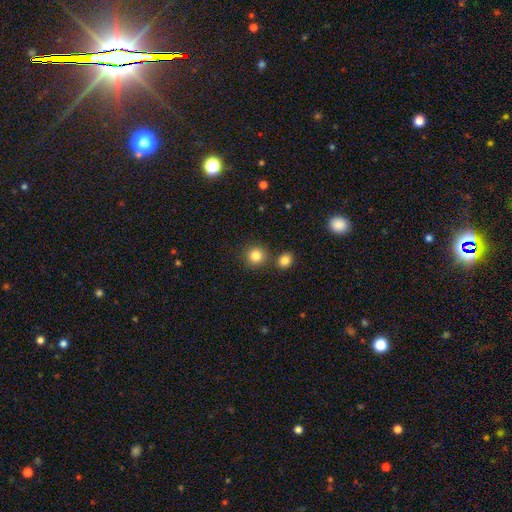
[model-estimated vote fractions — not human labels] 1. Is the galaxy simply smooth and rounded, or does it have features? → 84% smooth, 11% star or artifact, 5% featured or disk.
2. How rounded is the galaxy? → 92% round, 7% in between, 1% cigar-shaped.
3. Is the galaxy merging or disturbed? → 80% none, 10% merger, 7% minor disturbance, 3% major disturbance.